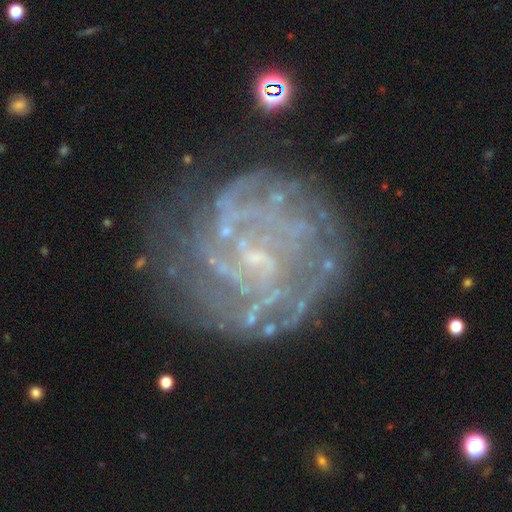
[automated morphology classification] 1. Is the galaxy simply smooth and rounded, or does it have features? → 83% featured or disk, 9% star or artifact, 8% smooth.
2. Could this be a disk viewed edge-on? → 98% no, 2% yes.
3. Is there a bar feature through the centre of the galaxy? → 44% weak, 42% no, 14% strong.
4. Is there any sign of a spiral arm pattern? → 89% yes, 11% no.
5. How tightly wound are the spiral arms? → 66% tight, 26% medium, 9% loose.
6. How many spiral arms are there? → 40% can't tell, 15% 4, 13% 3, 12% 2, 11% more than 4, 8% 1.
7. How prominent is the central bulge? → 60% small, 30% none, 8% moderate, 1% large, 1% dominant.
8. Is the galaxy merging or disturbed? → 71% none, 16% minor disturbance, 11% major disturbance, 3% merger.